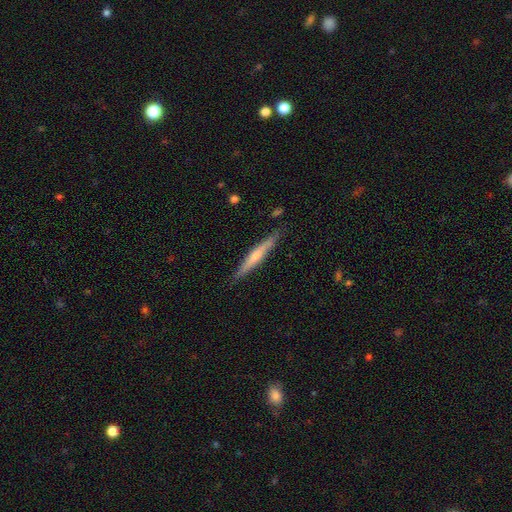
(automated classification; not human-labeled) The model was most divided on "smooth or featured": featured or disk: 54%, smooth: 40%, star or artifact: 6%. More confident: edge-on disk — yes (96%); merging — none (86%); edge-on bulge — rounded (62%).